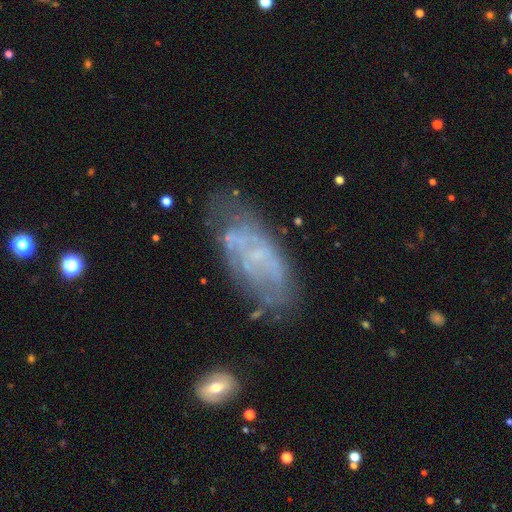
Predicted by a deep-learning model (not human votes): smooth-or-featured: featured or disk: 61% | smooth: 28% | star or artifact: 11%
  disk-edge-on: no: 91% | yes: 9%
    bar: no: 73% | weak: 21% | strong: 6%
    has-spiral-arms: no: 60% | yes: 40%
    bulge-size: none: 56% | small: 35% | moderate: 7% | large: 1% | dominant: 1%
  merging: none: 57% | minor disturbance: 24% | major disturbance: 15% | merger: 5%